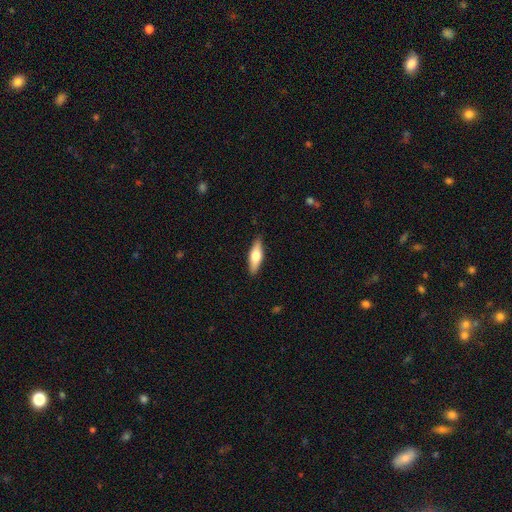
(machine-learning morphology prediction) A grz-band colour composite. It shows a smooth galaxy with no disk features (57%) that is in between round and cigar-shaped (52%). Merging: none (88%).